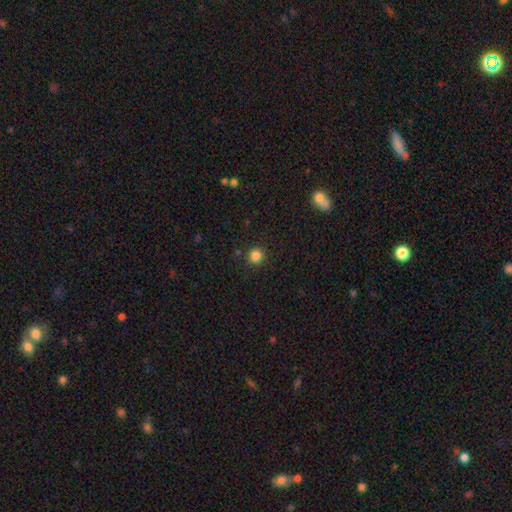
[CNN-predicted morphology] Smooth or featured: smooth — 84% (star or artifact — 12%)
How rounded: round — 95% (in between — 4%)
Merging: none — 91% (minor disturbance — 5%)